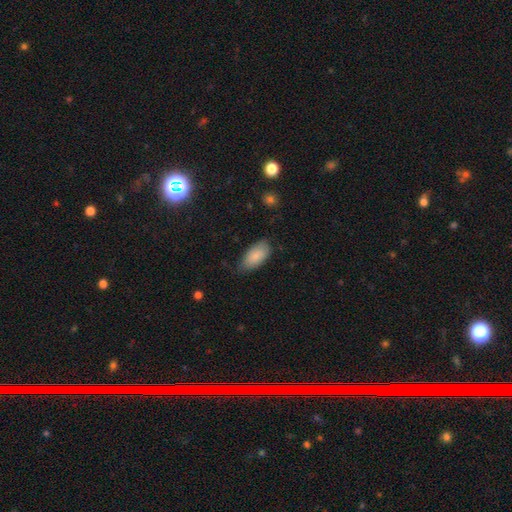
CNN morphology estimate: A smooth galaxy with no disk features (84%) that is in between round and cigar-shaped (93%). Merging: none (66%).